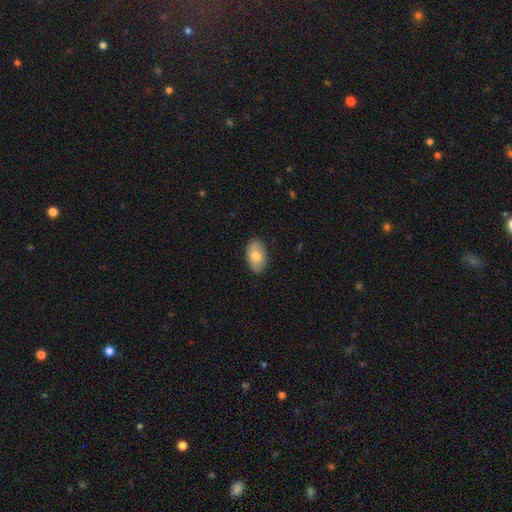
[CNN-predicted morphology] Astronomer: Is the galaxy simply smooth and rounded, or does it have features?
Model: smooth — 75%.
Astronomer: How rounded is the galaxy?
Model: in between — 93%.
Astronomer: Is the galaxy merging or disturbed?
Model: none — 85%.